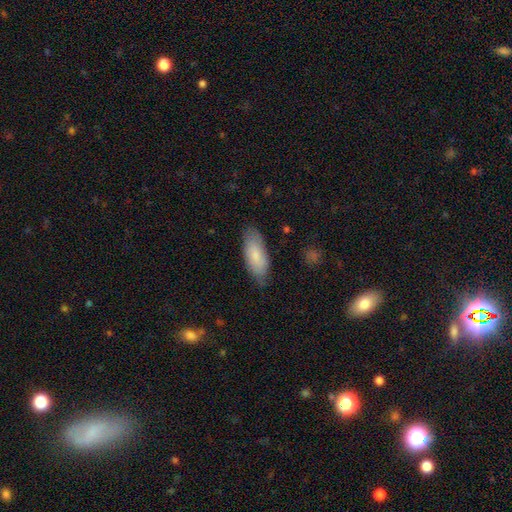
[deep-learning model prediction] Smooth or featured? Predicted: smooth (p=0.80). How rounded? Predicted: in between (p=0.81). Merging? Predicted: none (p=0.78).